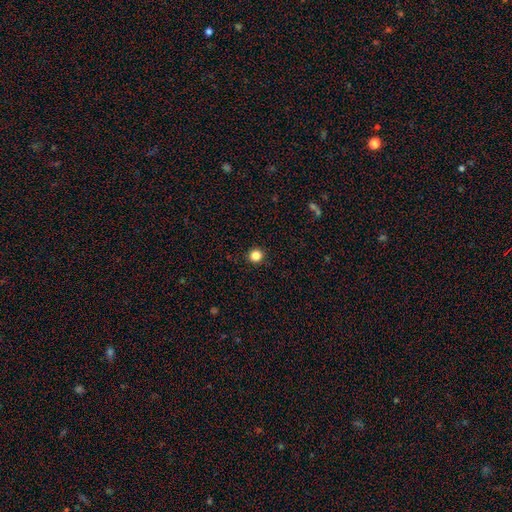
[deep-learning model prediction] Q: Smooth or featured?
A: smooth (85%); runner-up: star or artifact (12%)
Q: How rounded?
A: round (94%); runner-up: in between (5%)
Q: Merging?
A: none (93%); runner-up: minor disturbance (4%)